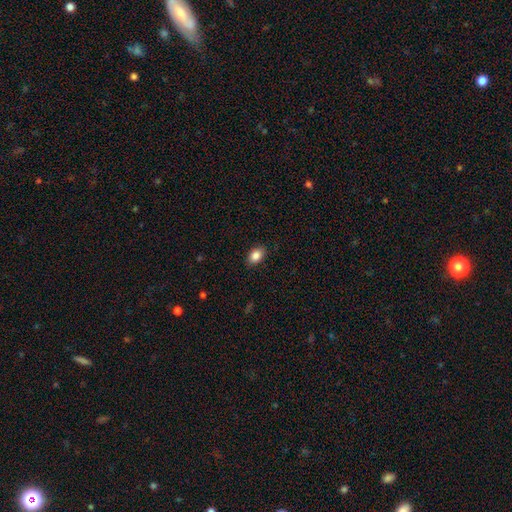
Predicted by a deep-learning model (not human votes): The model was most divided on "how rounded": in between: 86%, round: 13%, cigar-shaped: 1%. More confident: merging — none (88%); smooth or featured — smooth (87%).